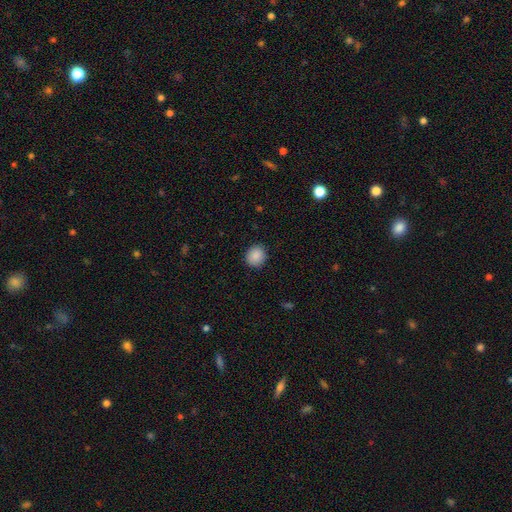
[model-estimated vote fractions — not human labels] Smooth or featured?
  - smooth: 88% *
  - star or artifact: 8%
  - featured or disk: 3%
How rounded?
  - round: 80% *
  - in between: 19%
  - cigar-shaped: 1%
Merging?
  - none: 89% *
  - minor disturbance: 8%
  - major disturbance: 2%
  - merger: 1%